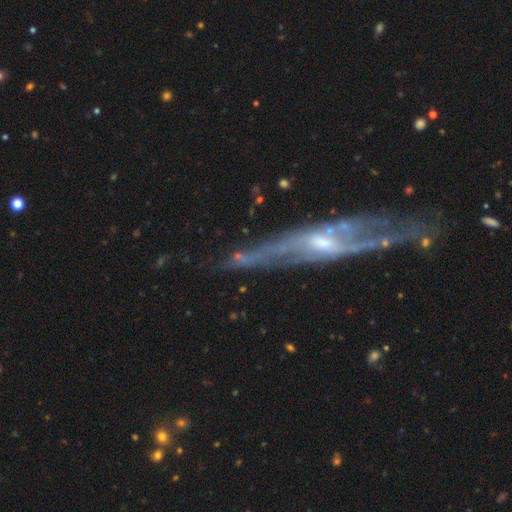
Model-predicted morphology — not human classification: Smooth or featured?
  - featured or disk: 82% *
  - smooth: 10%
  - star or artifact: 8%
Edge-on disk?
  - yes: 54% *
  - no: 46%
Merging?
  - none: 64% *
  - minor disturbance: 19%
  - major disturbance: 12%
  - merger: 5%